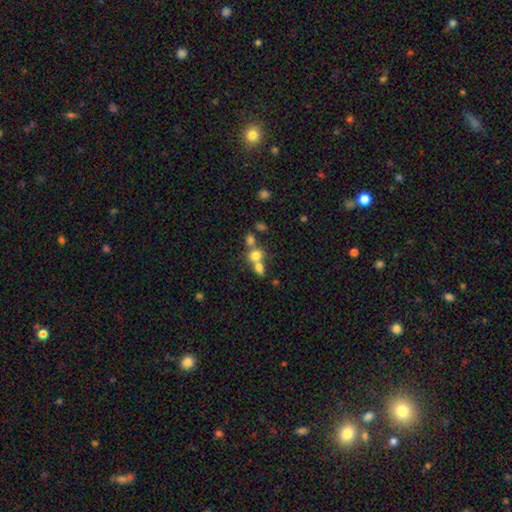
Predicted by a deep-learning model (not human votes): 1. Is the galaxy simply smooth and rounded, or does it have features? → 71% smooth, 16% featured or disk, 13% star or artifact.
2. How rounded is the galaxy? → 66% round, 32% in between, 2% cigar-shaped.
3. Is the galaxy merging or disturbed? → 59% merger, 30% none, 6% minor disturbance, 4% major disturbance.